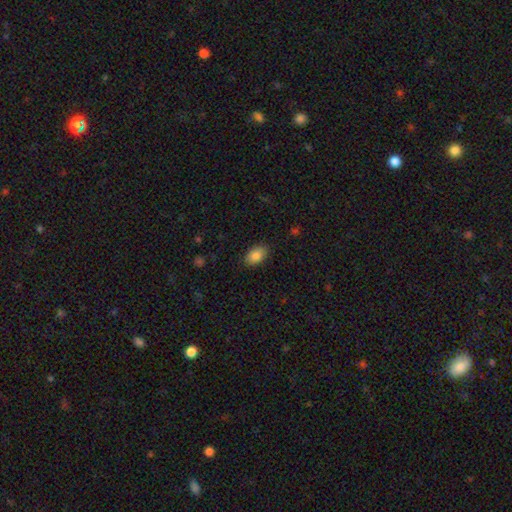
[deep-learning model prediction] A smooth galaxy with no disk features (86%) that is in between round and cigar-shaped (90%). Merging: none (86%).